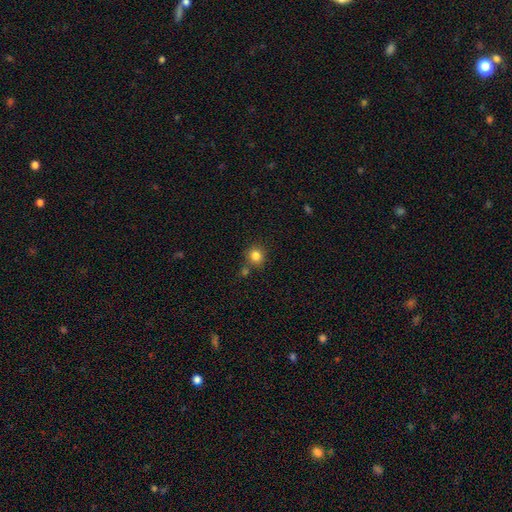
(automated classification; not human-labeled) Overall: smooth (83%). How rounded: round (90%). Merging: none (76%).